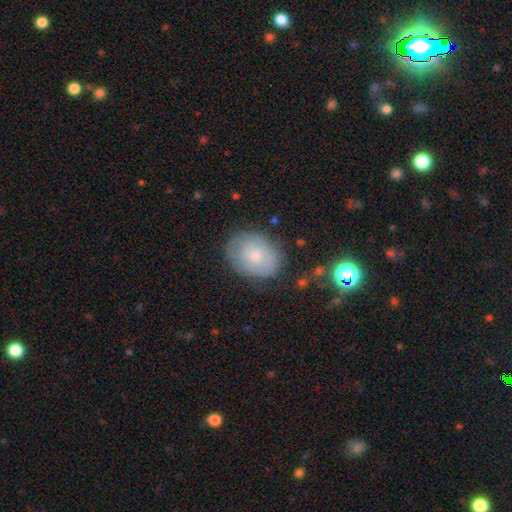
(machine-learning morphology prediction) This appears to be a smooth galaxy with no disk features (61%) that is in between round and cigar-shaped (55%). Merging: none (74%).